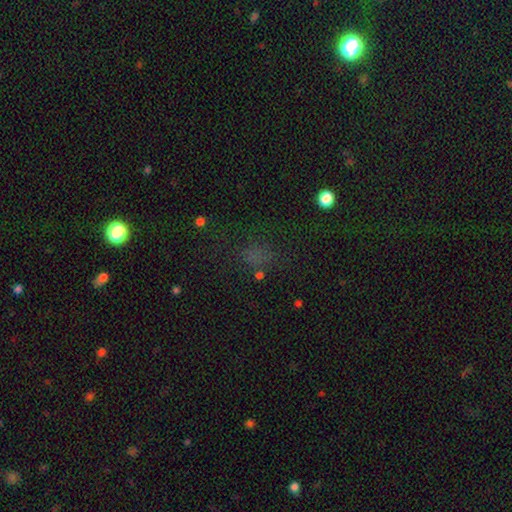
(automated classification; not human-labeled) The model was most divided on "smooth or featured": smooth: 52%, star or artifact: 37%, featured or disk: 11%. More confident: merging — none (62%); how rounded — in between (57%).